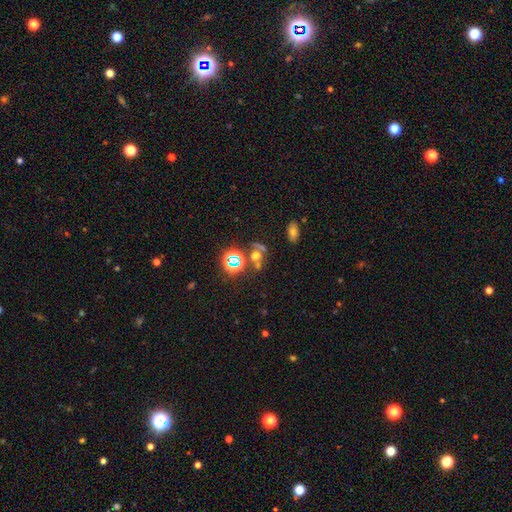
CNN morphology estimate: This is possibly a star or artifact rather than a galaxy (47%).